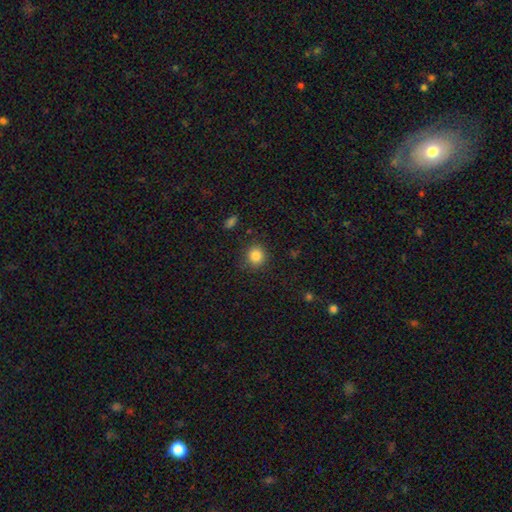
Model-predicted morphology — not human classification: smooth_or_featured: smooth (p=0.84) [alt: star or artifact p=0.11]
how_rounded: round (p=0.87) [alt: in between p=0.12]
merging: none (p=0.88) [alt: minor disturbance p=0.08]